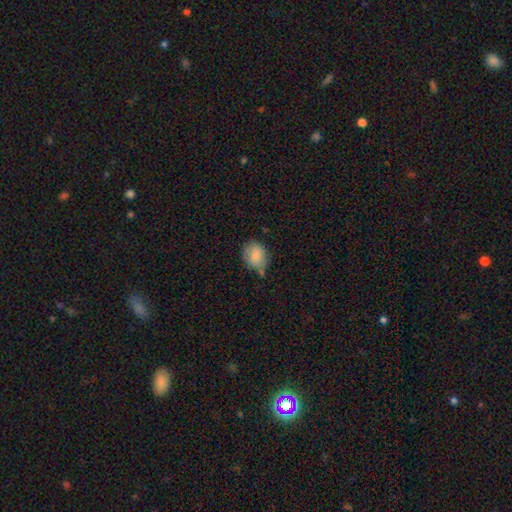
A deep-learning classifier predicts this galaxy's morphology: Overall: smooth (83%). How rounded: round (59%; in between 40%). Merging: none (58%; minor disturbance 27%).